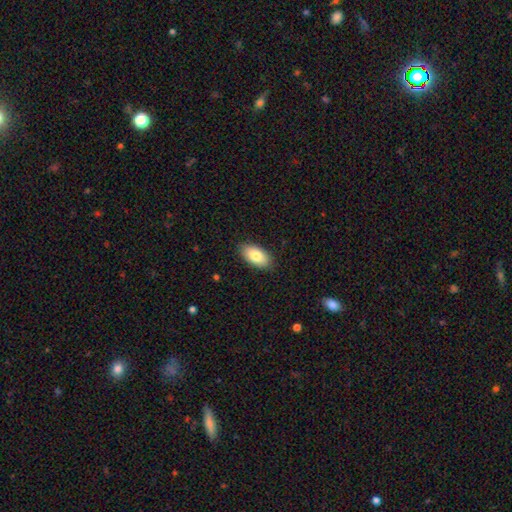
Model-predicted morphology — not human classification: smooth 82%, featured or disk 11%, star or artifact 6%. Down the decision tree: how rounded — in between (95%); merging — none (88%).